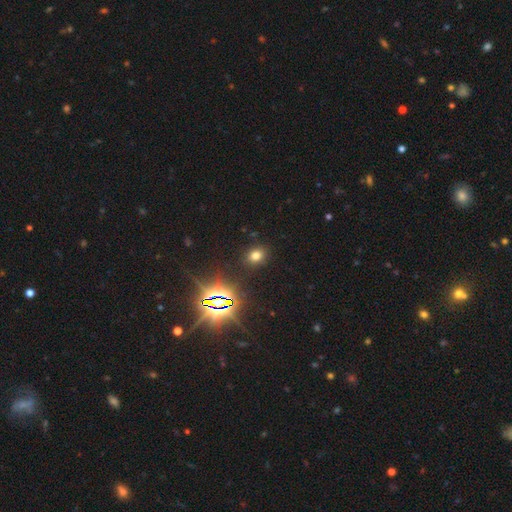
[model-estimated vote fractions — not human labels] Q: Smooth or featured?
A: smooth (68%); runner-up: star or artifact (25%)
Q: How rounded?
A: round (51%); runner-up: in between (48%)
Q: Merging?
A: none (88%); runner-up: minor disturbance (7%)